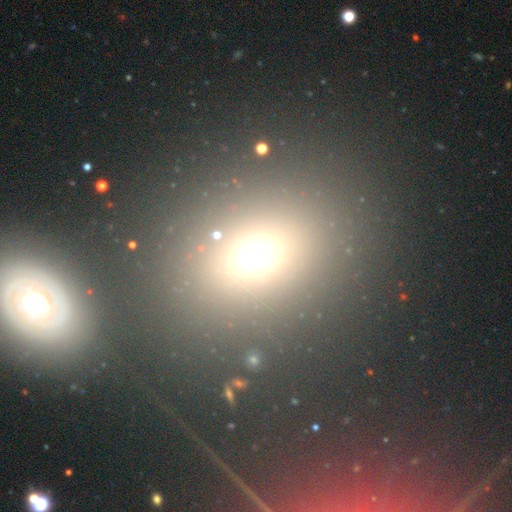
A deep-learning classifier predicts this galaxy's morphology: smooth 64%, star or artifact 26%, featured or disk 10%. Down the decision tree: how rounded — round (60%); merging — none (76%).